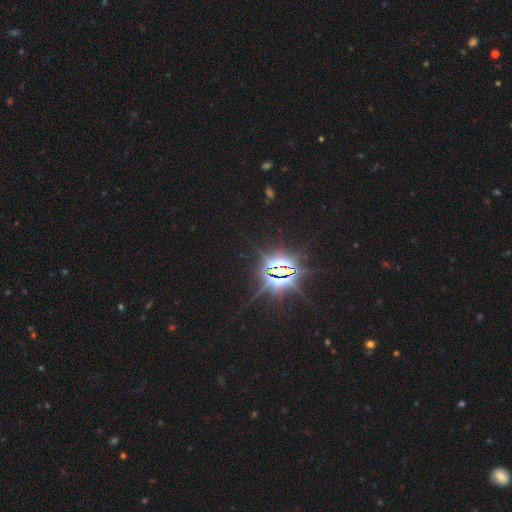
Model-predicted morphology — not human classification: This appears to be a star or artifact, not a galaxy (87%).